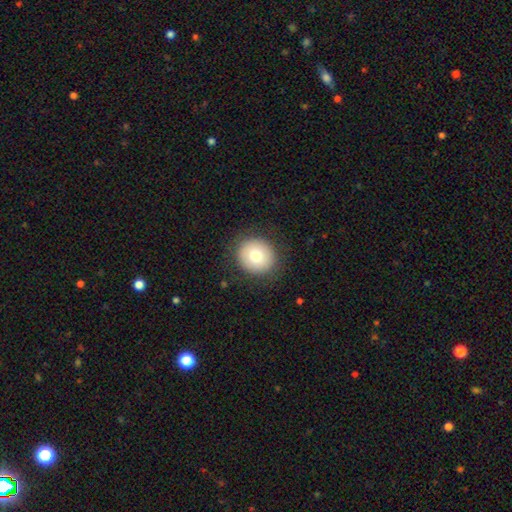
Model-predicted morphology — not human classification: type=smooth (75%); roundness=round (87%); merging=none (88%).